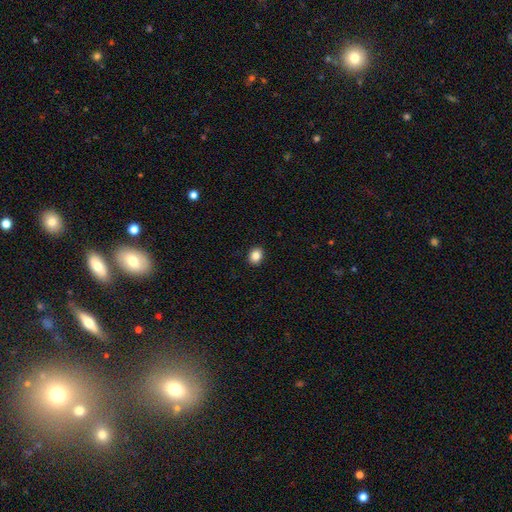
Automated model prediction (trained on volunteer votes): Overall: smooth (86%). How rounded: round (51%; in between 48%). Merging: none (91%).